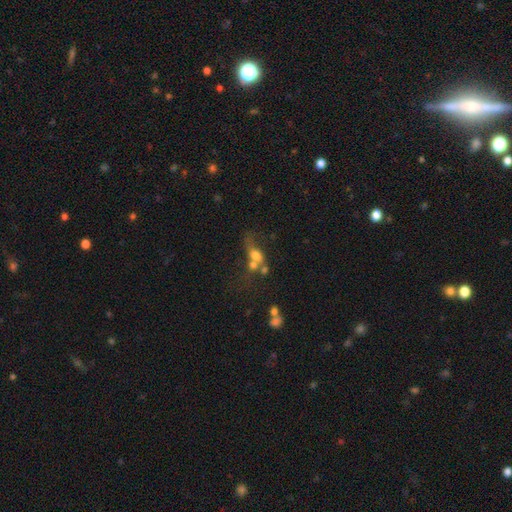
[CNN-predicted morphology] Smooth or featured?
  - smooth: 57% *
  - featured or disk: 28%
  - star or artifact: 15%
How rounded?
  - in between: 56% *
  - round: 36%
  - cigar-shaped: 8%
Merging?
  - merger: 52% *
  - none: 19%
  - major disturbance: 19%
  - minor disturbance: 10%